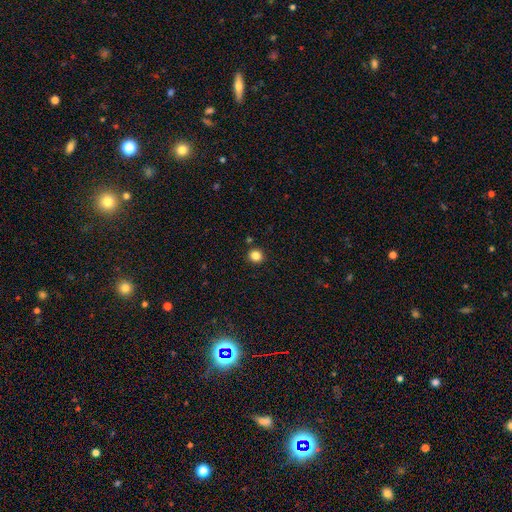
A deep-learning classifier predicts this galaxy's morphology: type=smooth (84%); roundness=round (89%); merging=none (90%).